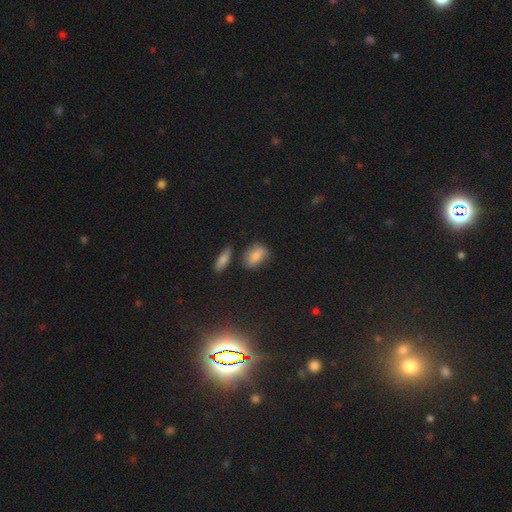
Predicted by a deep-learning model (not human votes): The model was most divided on "merging": none: 65%, minor disturbance: 23%, merger: 6%, major disturbance: 6%. More confident: how rounded — in between (81%); smooth or featured — smooth (79%).